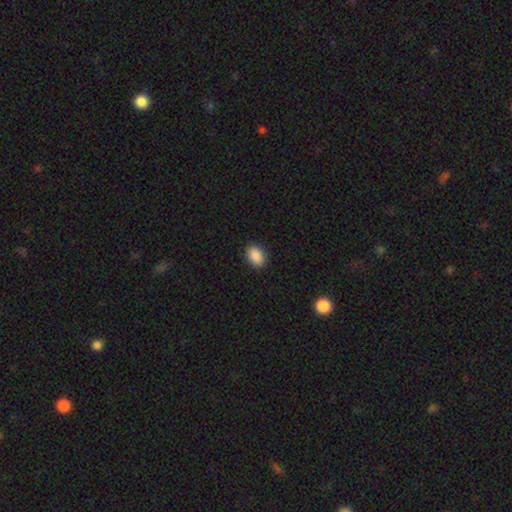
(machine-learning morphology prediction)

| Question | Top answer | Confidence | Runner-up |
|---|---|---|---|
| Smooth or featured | smooth | 89% | star or artifact (7%) |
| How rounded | in between | 83% | round (15%) |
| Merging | none | 89% | minor disturbance (8%) |